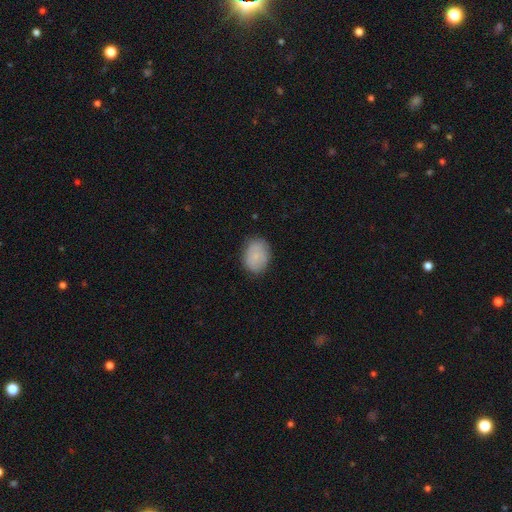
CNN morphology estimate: A smooth galaxy with no disk features (81%) that is in between round and cigar-shaped (68%). Merging: none (82%).